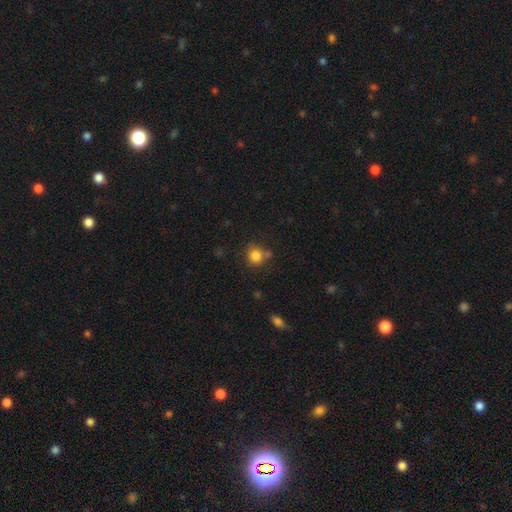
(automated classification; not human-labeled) smooth 84%, star or artifact 11%, featured or disk 6%. Down the decision tree: how rounded — round (86%); merging — none (67%).